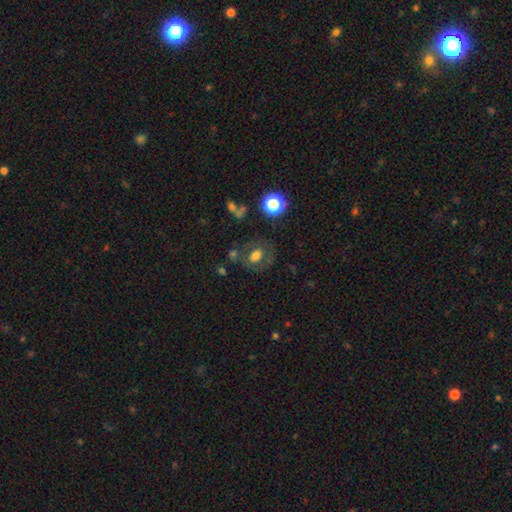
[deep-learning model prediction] smooth-or-featured: smooth: 61% | featured or disk: 27% | star or artifact: 13%
  how-rounded: in between: 55% | round: 44% | cigar-shaped: 1%
  merging: none: 68% | minor disturbance: 16% | major disturbance: 11% | merger: 5%